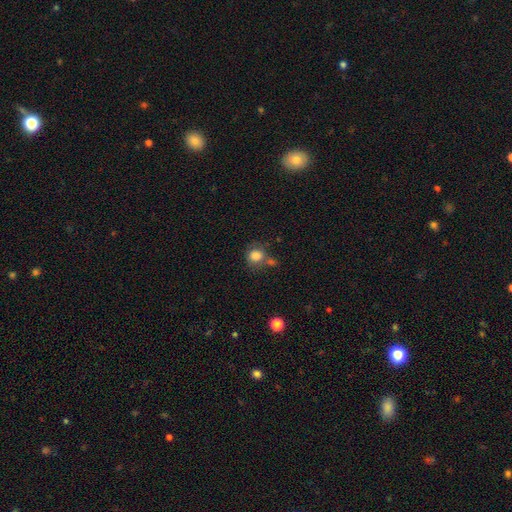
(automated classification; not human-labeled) Overall: smooth (83%). How rounded: round (80%). Merging: none (56%; merger 19%).